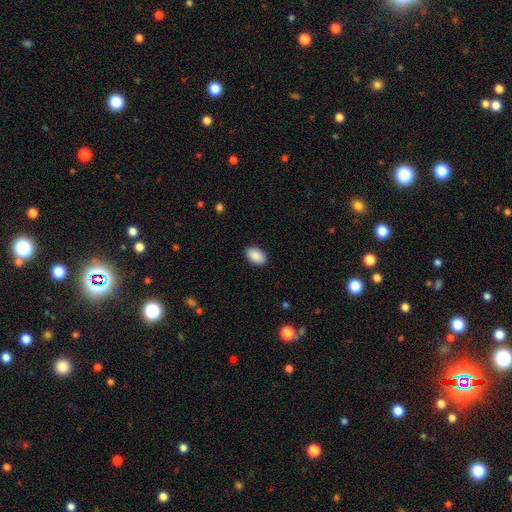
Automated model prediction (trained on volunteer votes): The model was most divided on "merging": none: 90%, minor disturbance: 7%, major disturbance: 2%, merger: 1%. More confident: how rounded — in between (94%); smooth or featured — smooth (91%).